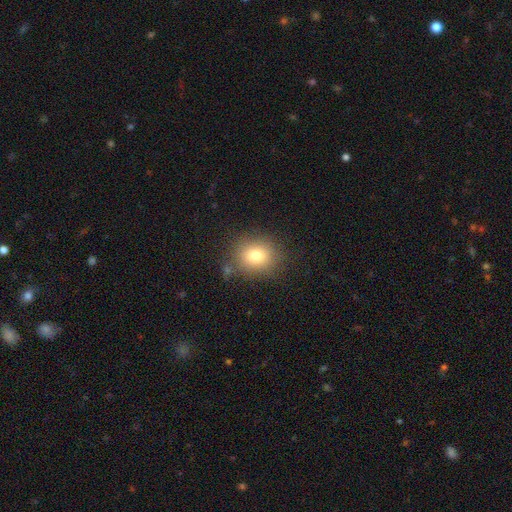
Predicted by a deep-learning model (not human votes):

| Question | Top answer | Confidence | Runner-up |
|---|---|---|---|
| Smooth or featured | smooth | 78% | star or artifact (12%) |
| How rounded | round | 69% | in between (30%) |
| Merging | none | 81% | minor disturbance (12%) |